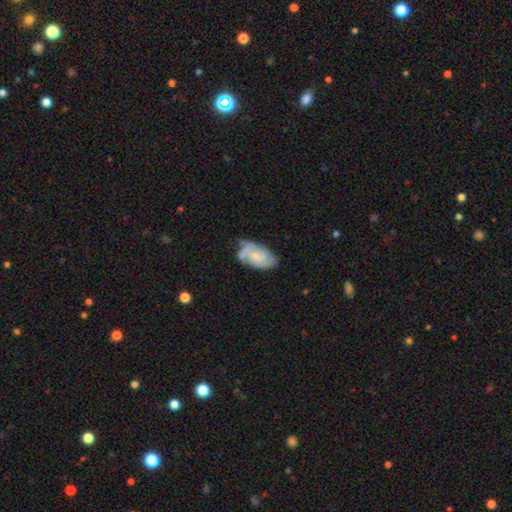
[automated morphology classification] Smooth or featured?
  - featured or disk: 51% *
  - smooth: 42%
  - star or artifact: 7%
Edge-on disk?
  - no: 95% *
  - yes: 5%
Merging?
  - none: 48% *
  - minor disturbance: 33%
  - major disturbance: 12%
  - merger: 7%